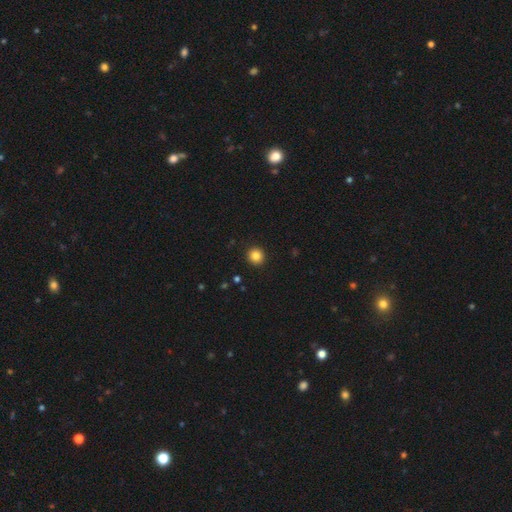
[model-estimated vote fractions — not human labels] Q: Smooth or featured?
A: smooth (84%); runner-up: star or artifact (11%)
Q: How rounded?
A: round (93%); runner-up: in between (6%)
Q: Merging?
A: none (93%); runner-up: minor disturbance (5%)